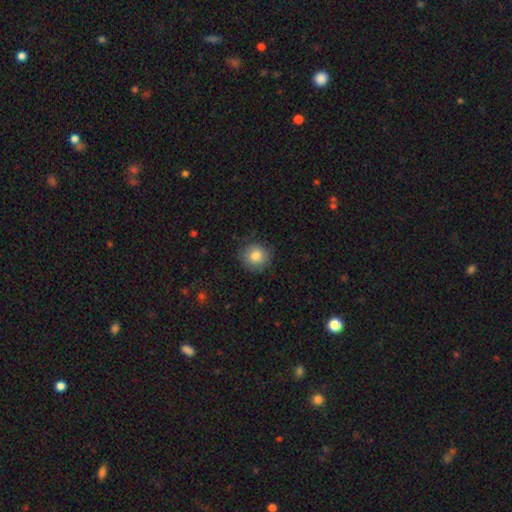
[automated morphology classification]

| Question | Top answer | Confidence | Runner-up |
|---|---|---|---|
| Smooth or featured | smooth | 84% | star or artifact (9%) |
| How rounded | round | 91% | in between (8%) |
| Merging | none | 84% | minor disturbance (12%) |